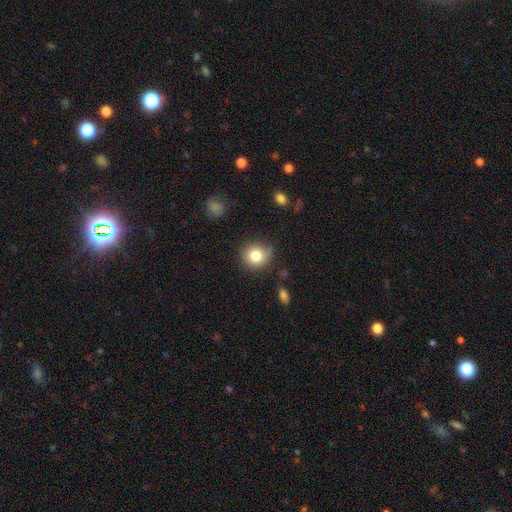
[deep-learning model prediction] A smooth galaxy with no disk features (82%) that is round (86%). Merging: none (77%).